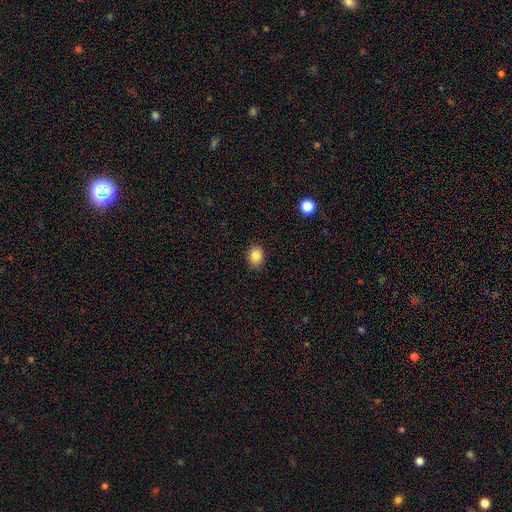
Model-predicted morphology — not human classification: Q: Smooth or featured?
A: smooth (85%); runner-up: star or artifact (10%)
Q: How rounded?
A: round (51%); runner-up: in between (48%)
Q: Merging?
A: none (88%); runner-up: minor disturbance (9%)